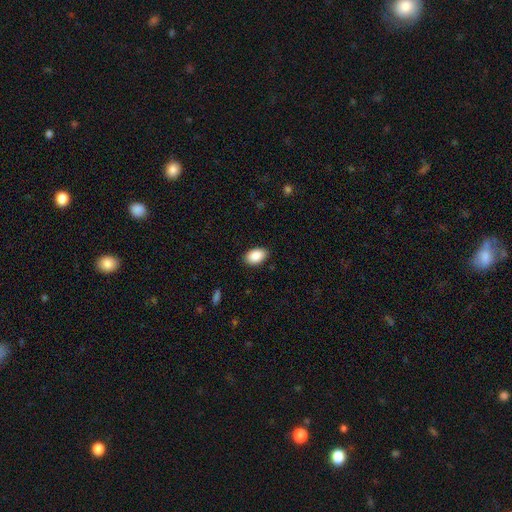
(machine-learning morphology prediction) This appears to be a smooth galaxy with no disk features (89%) that is in between round and cigar-shaped (90%). Merging: none (88%).